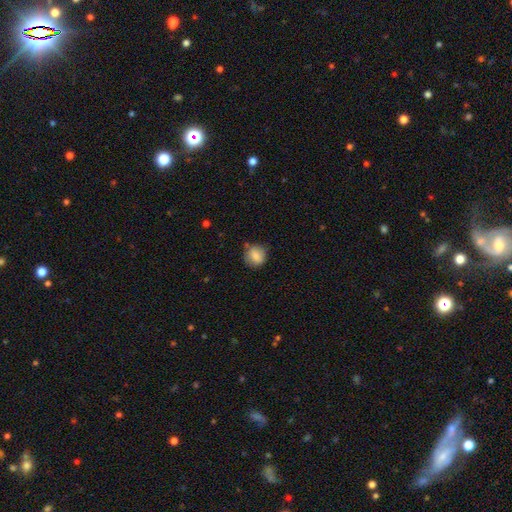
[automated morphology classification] smooth-or-featured: smooth: 81% | featured or disk: 11% | star or artifact: 8%
  how-rounded: round: 79% | in between: 20% | cigar-shaped: 1%
  merging: none: 74% | minor disturbance: 19% | major disturbance: 4% | merger: 3%